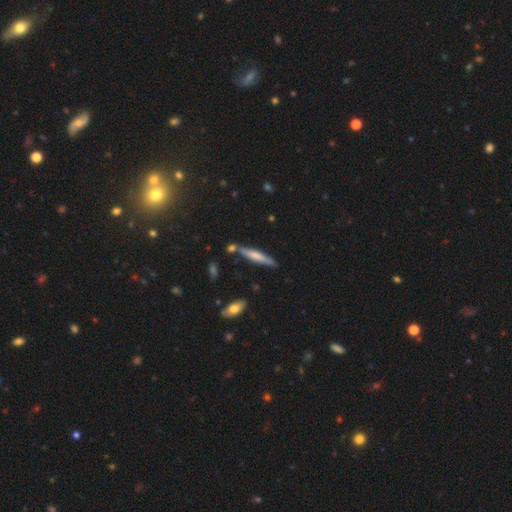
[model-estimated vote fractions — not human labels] Smooth or featured? smooth (52%)
How rounded? cigar-shaped (91%)
Merging? none (77%)